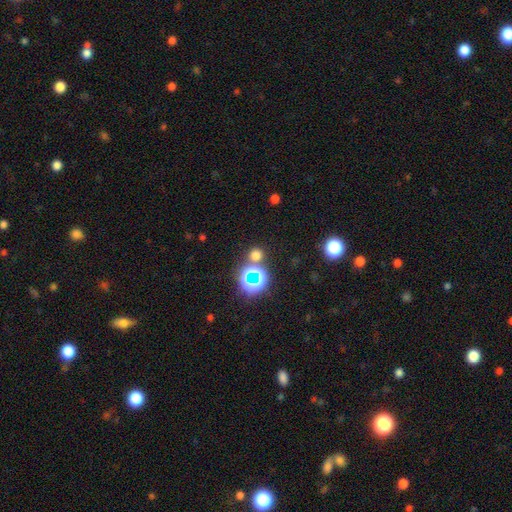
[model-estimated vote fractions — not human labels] Smooth or featured?
  - smooth: 61% *
  - star or artifact: 33%
  - featured or disk: 6%
How rounded?
  - round: 90% *
  - in between: 9%
  - cigar-shaped: 1%
Merging?
  - none: 76% *
  - merger: 13%
  - minor disturbance: 7%
  - major disturbance: 4%